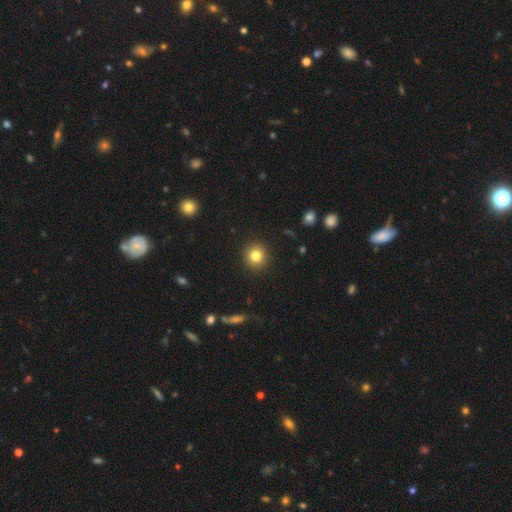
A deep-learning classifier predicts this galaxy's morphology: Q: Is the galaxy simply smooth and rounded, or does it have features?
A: smooth — 82%.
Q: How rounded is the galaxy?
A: round — 91%.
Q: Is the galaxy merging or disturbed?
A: none — 92%.